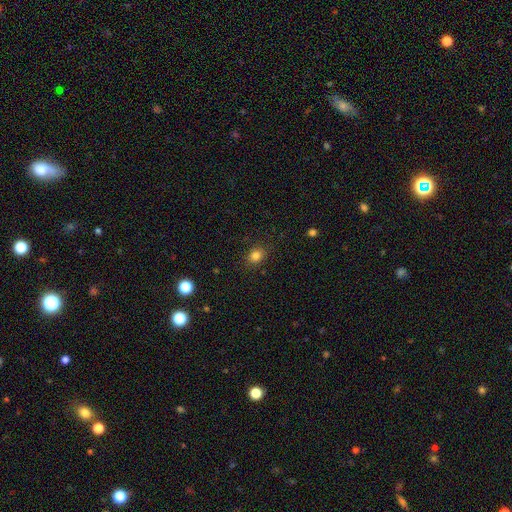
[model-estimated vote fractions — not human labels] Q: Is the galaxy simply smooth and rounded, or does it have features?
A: smooth — 82%.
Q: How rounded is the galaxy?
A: round — 66%.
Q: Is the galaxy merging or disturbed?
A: none — 87%.